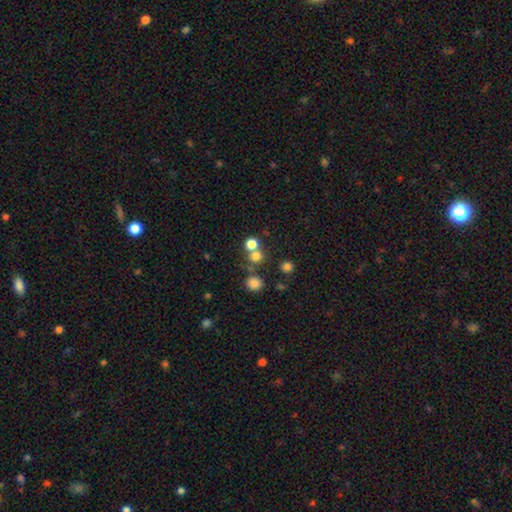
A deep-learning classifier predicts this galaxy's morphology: smooth 73%, star or artifact 19%, featured or disk 8%. Down the decision tree: how rounded — round (88%); merging — none (61%).